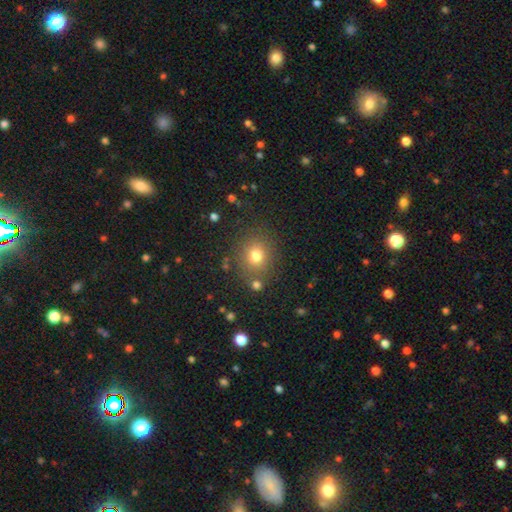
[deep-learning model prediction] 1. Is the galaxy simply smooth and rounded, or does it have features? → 75% smooth, 16% star or artifact, 9% featured or disk.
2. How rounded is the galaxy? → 76% round, 23% in between, 1% cigar-shaped.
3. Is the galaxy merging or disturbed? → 79% none, 10% minor disturbance, 6% merger, 4% major disturbance.